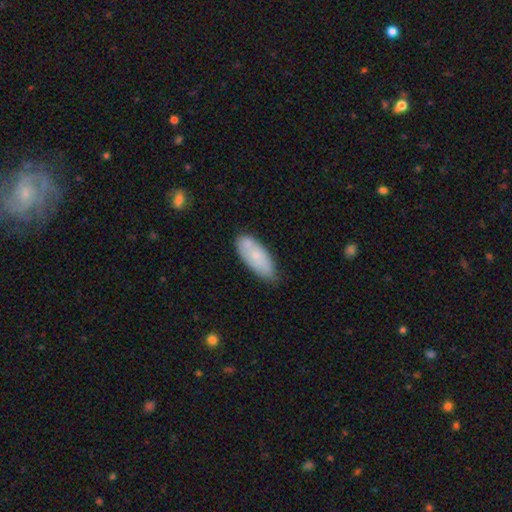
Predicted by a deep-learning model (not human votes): A smooth galaxy with no disk features (69%) that is in between round and cigar-shaped (80%).

Vote fractions:
- Smooth or featured? smooth: 69% / featured or disk: 24% / star or artifact: 7%
- How rounded? in between: 80% / cigar-shaped: 18% / round: 2%
- Merging? none: 61% / minor disturbance: 28% / merger: 6% / major disturbance: 5%